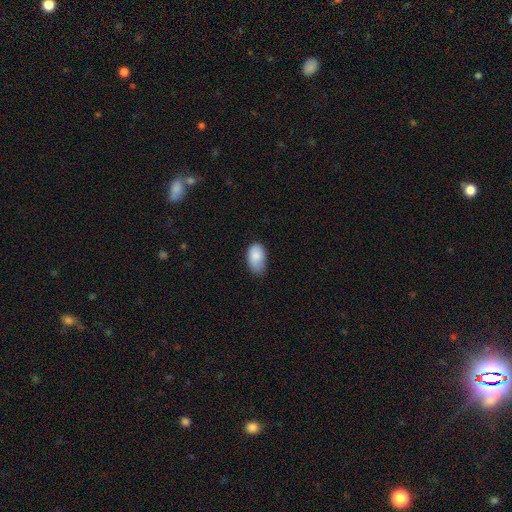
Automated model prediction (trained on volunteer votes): smooth-or-featured: smooth: 85% | featured or disk: 8% | star or artifact: 7%
  how-rounded: in between: 93% | round: 6% | cigar-shaped: 1%
  merging: none: 48% | minor disturbance: 42% | major disturbance: 9% | merger: 2%